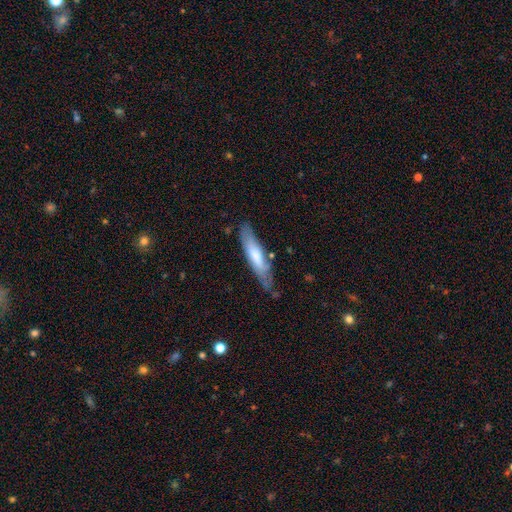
A smooth galaxy with no disk features (57%) that is cigar-shaped (67%).

Vote fractions:
- Smooth or featured? smooth: 57% / featured or disk: 41% / star or artifact: 3%
- How rounded? cigar-shaped: 67% / in between: 29% / round: 5%
- Merging? none: 61% / minor disturbance: 19% / major disturbance: 14% / merger: 6%